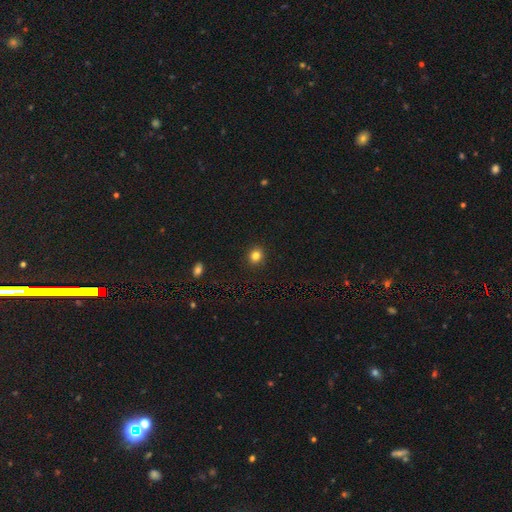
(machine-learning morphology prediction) Smooth or featured? smooth (83%)
How rounded? round (78%)
Merging? none (92%)